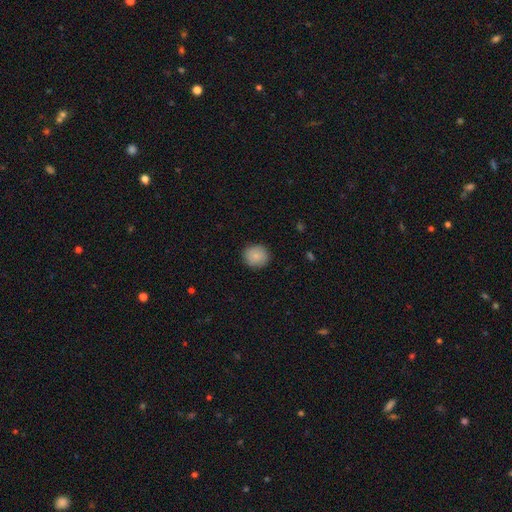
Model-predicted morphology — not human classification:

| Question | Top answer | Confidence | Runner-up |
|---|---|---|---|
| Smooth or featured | smooth | 88% | star or artifact (7%) |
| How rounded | round | 88% | in between (11%) |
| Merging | none | 89% | minor disturbance (8%) |